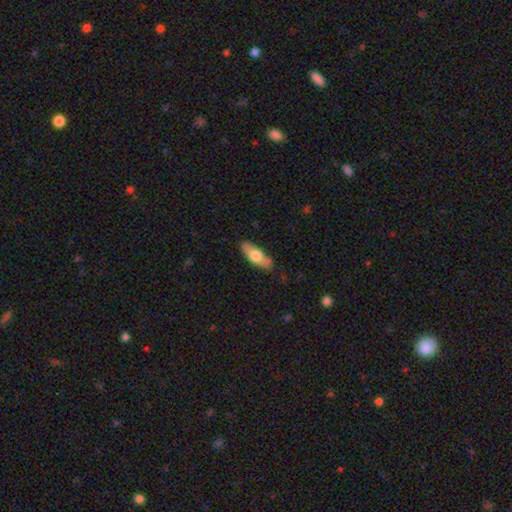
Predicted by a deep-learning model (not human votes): Smooth or featured: smooth — 64% (featured or disk — 30%)
How rounded: in between — 74% (cigar-shaped — 23%)
Merging: none — 82% (minor disturbance — 14%)